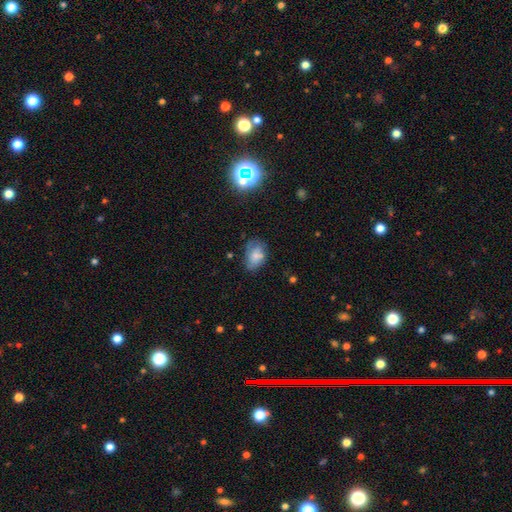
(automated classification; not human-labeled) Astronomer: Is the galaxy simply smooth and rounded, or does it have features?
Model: smooth — 68%.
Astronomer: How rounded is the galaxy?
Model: in between — 84%.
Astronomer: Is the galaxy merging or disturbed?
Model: none — 57%.